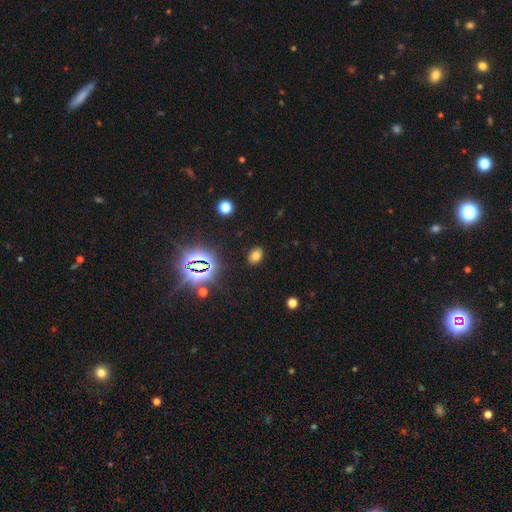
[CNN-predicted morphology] Smooth or featured?
  - smooth: 70% *
  - star or artifact: 23%
  - featured or disk: 8%
How rounded?
  - in between: 75% *
  - round: 24%
  - cigar-shaped: 1%
Merging?
  - none: 87% *
  - minor disturbance: 9%
  - major disturbance: 3%
  - merger: 1%